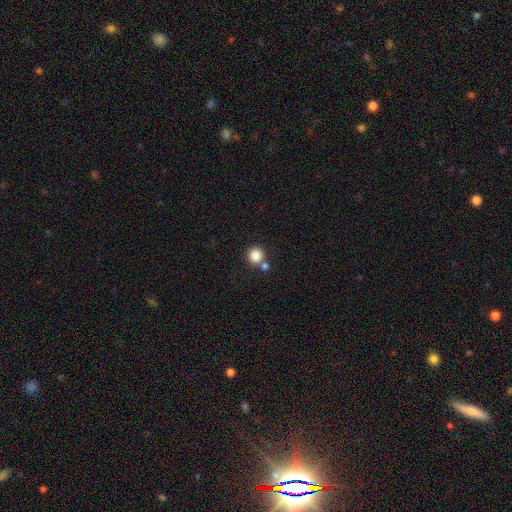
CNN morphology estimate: smooth-or-featured: smooth: 85% | star or artifact: 10% | featured or disk: 5%
  how-rounded: round: 93% | in between: 6% | cigar-shaped: 1%
  merging: none: 66% | merger: 24% | minor disturbance: 8% | major disturbance: 3%